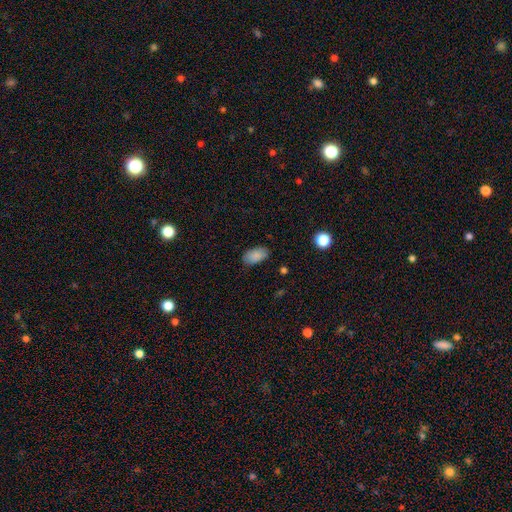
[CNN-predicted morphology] smooth-or-featured: smooth: 87% | star or artifact: 8% | featured or disk: 5%
  how-rounded: in between: 94% | round: 3% | cigar-shaped: 3%
  merging: none: 83% | minor disturbance: 13% | major disturbance: 3% | merger: 1%